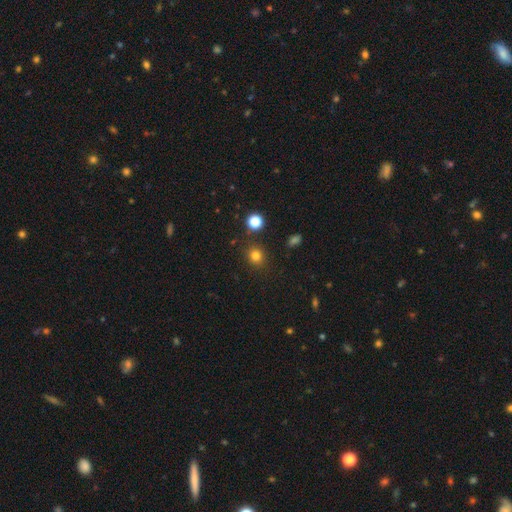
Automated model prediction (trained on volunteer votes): Smooth or featured: smooth — 80% (star or artifact — 15%)
How rounded: round — 86% (in between — 13%)
Merging: none — 87% (minor disturbance — 8%)